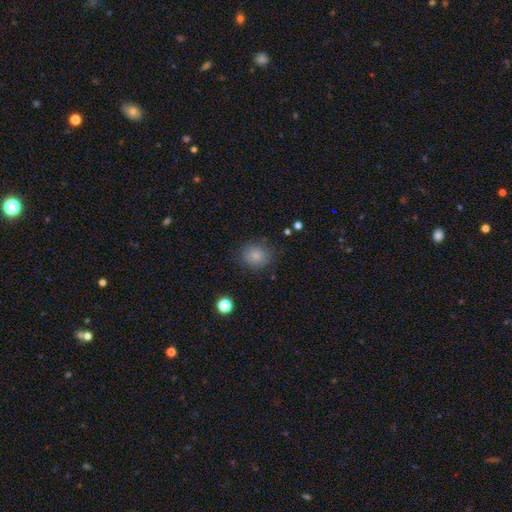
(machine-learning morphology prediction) Smooth or featured? smooth (83%)
How rounded? round (77%)
Merging? none (82%)